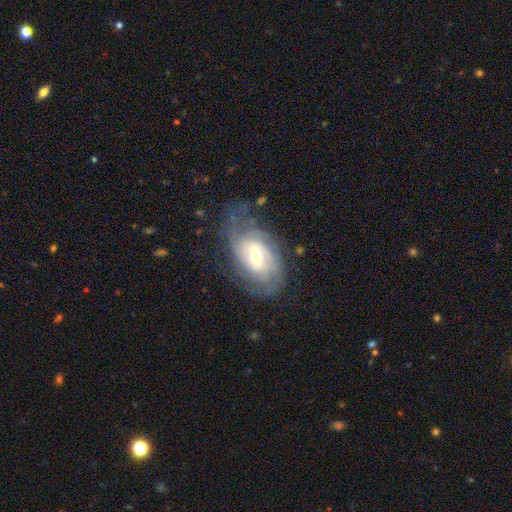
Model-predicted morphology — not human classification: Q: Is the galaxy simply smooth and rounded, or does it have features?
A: featured or disk — 68%.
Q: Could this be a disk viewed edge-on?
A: no — 94%.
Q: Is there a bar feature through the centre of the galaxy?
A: weak — 50%.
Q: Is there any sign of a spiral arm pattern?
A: yes — 81%.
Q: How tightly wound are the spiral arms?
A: tight — 49%.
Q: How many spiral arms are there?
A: can't tell — 42%.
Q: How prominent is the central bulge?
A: moderate — 58%.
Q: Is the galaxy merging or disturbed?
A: none — 57%.